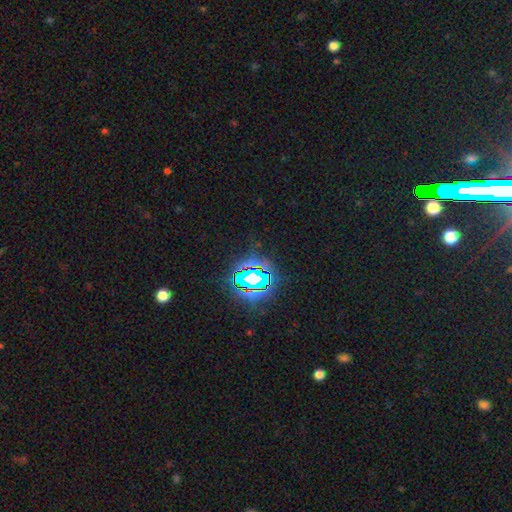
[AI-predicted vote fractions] Morphology: type=star or artifact (81%).